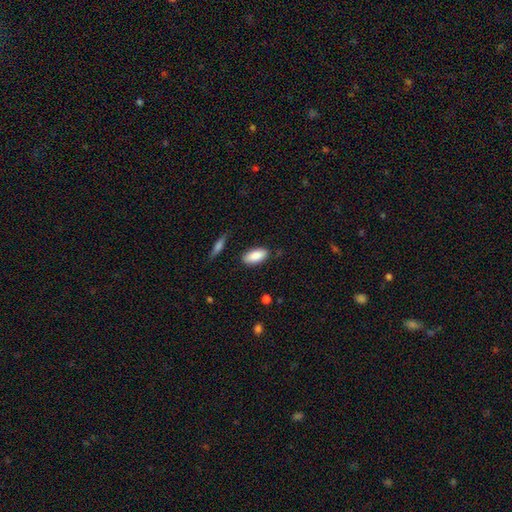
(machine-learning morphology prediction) A smooth galaxy with no disk features (88%) that is in between round and cigar-shaped (90%). Merging: none (84%).